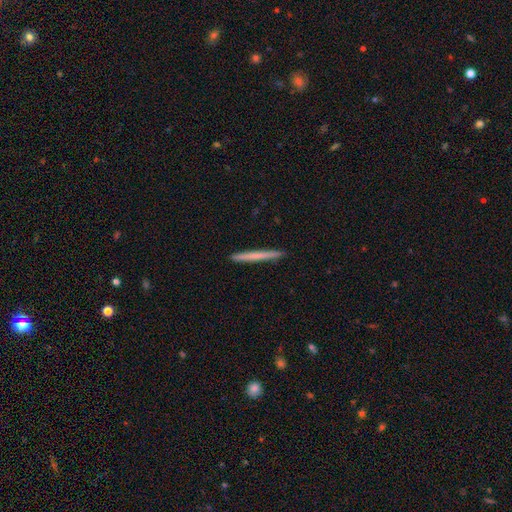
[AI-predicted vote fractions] smooth 60%, featured or disk 35%, star or artifact 5%. Down the decision tree: how rounded — cigar-shaped (97%); merging — none (93%).